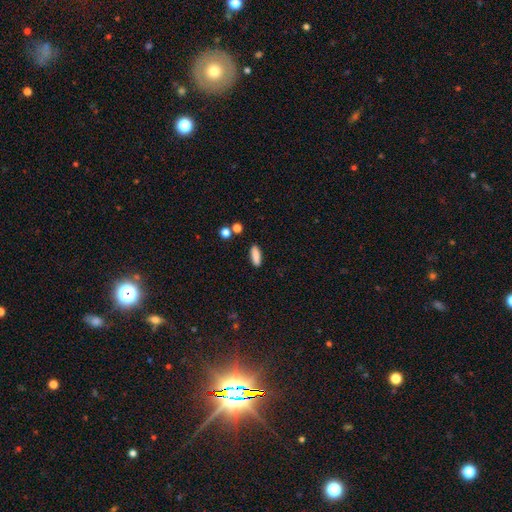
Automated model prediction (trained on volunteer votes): Smooth or featured? Predicted: smooth (p=0.86). How rounded? Predicted: in between (p=0.57). Merging? Predicted: none (p=0.86).